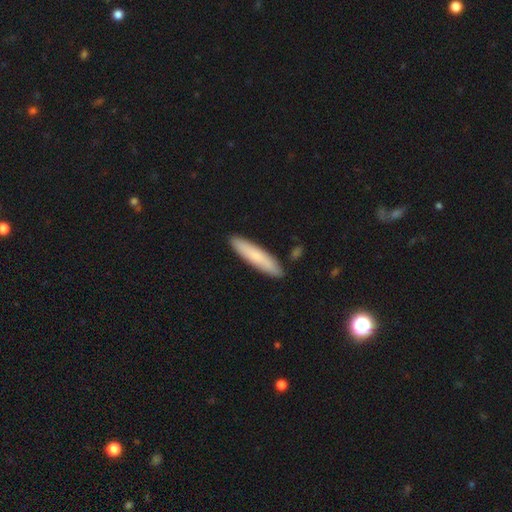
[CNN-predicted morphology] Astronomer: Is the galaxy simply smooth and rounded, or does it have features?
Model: smooth — 75%.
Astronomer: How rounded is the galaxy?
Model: cigar-shaped — 86%.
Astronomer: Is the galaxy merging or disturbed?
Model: none — 89%.